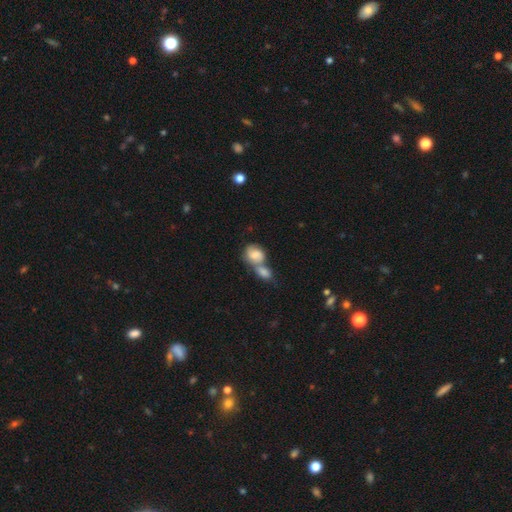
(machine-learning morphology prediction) type=smooth (62%); roundness=in between (55%); merging=merger (69%).